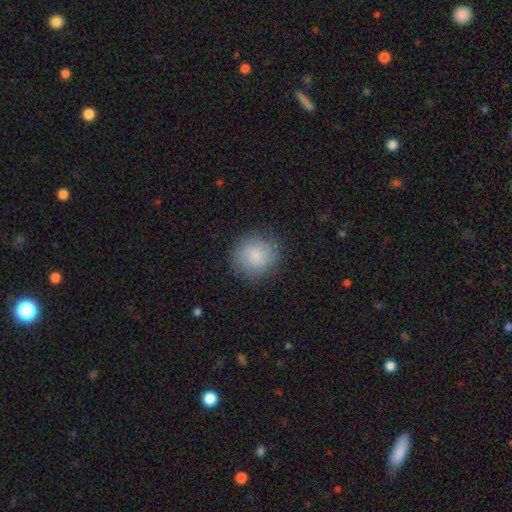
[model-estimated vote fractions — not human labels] A smooth galaxy with no disk features (74%) that is round (87%). Merging: none (82%).